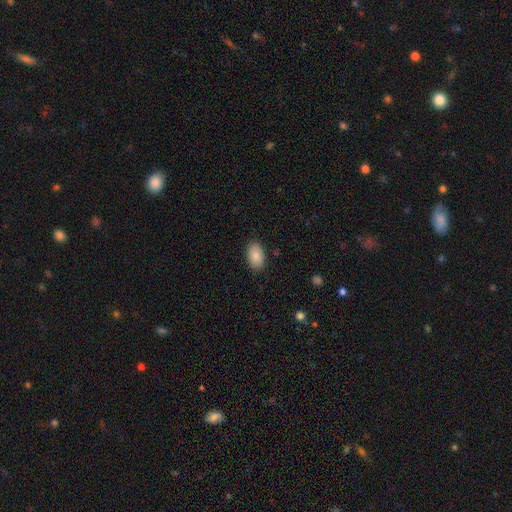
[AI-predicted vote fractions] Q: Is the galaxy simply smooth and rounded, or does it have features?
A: smooth — 86%.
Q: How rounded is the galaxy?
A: in between — 92%.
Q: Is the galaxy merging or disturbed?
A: none — 88%.